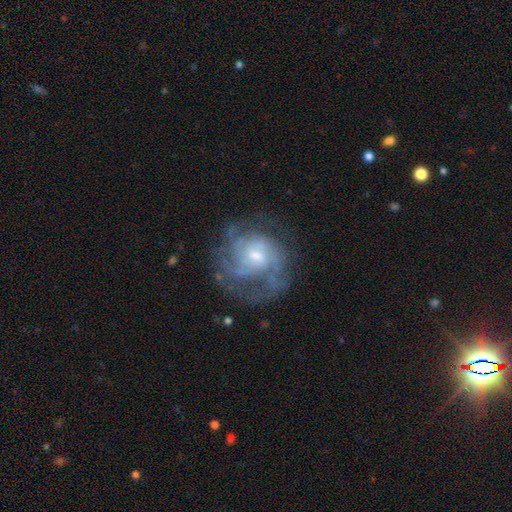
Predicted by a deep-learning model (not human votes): Smooth or featured?
  - featured or disk: 84% *
  - smooth: 10%
  - star or artifact: 6%
Edge-on disk?
  - no: 98% *
  - yes: 2%
Bar?
  - no: 53% *
  - weak: 41%
  - strong: 6%
Spiral arms?
  - yes: 94% *
  - no: 6%
Spiral winding?
  - tight: 46% *
  - medium: 41%
  - loose: 13%
Spiral arm count?
  - can't tell: 31% *
  - 3: 25%
  - 2: 19%
  - 4: 12%
  - 1: 6%
  - more than 4: 6%
Bulge size?
  - moderate: 47% *
  - small: 43%
  - large: 5%
  - none: 4%
  - dominant: 1%
Merging?
  - none: 63% *
  - minor disturbance: 18%
  - major disturbance: 17%
  - merger: 2%